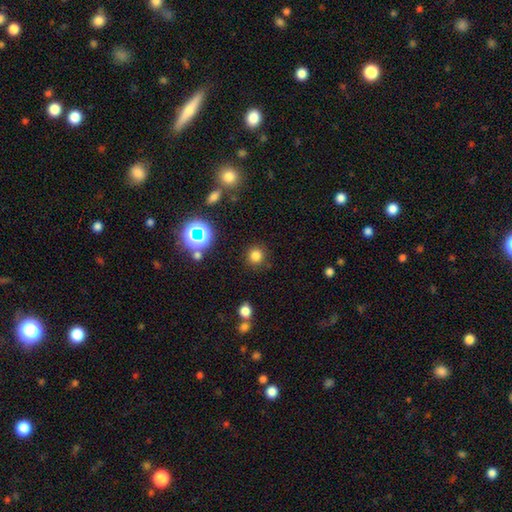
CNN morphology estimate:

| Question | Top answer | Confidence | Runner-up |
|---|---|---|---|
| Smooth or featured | smooth | 77% | star or artifact (18%) |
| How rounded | round | 92% | in between (7%) |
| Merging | none | 87% | minor disturbance (7%) |